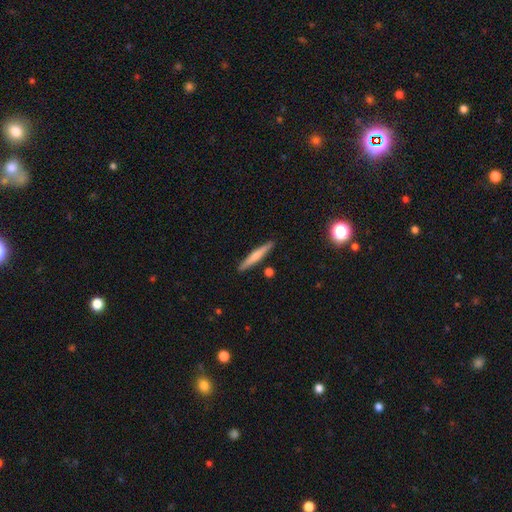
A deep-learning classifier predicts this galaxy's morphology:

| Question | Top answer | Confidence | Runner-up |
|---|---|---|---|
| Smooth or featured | smooth | 60% | featured or disk (35%) |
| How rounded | cigar-shaped | 94% | in between (4%) |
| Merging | none | 88% | minor disturbance (8%) |